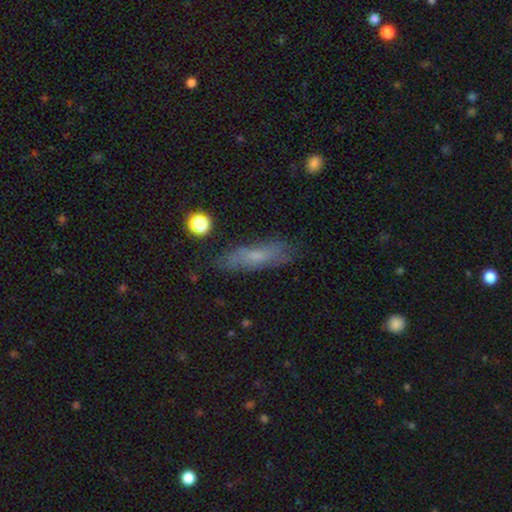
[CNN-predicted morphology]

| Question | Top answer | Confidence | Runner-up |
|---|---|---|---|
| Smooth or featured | smooth | 57% | featured or disk (34%) |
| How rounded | cigar-shaped | 59% | in between (38%) |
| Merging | none | 74% | minor disturbance (18%) |